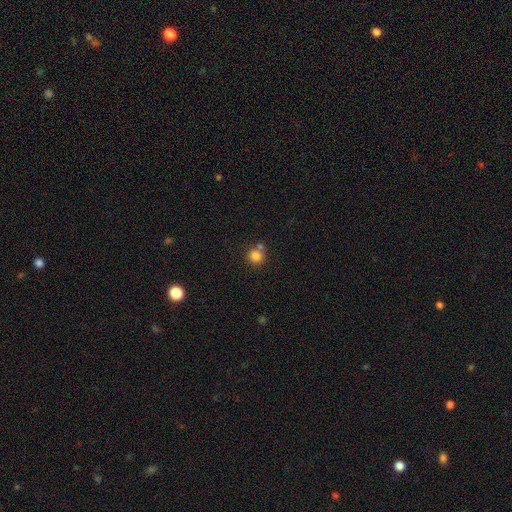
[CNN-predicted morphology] Smooth or featured? smooth (83%)
How rounded? round (89%)
Merging? none (64%)